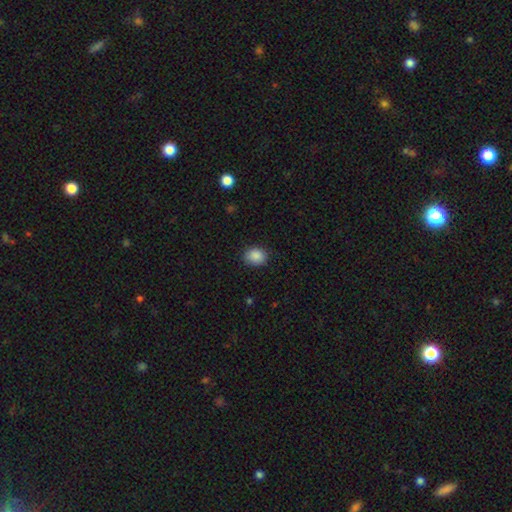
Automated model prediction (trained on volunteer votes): Smooth or featured?
  - smooth: 88% *
  - star or artifact: 9%
  - featured or disk: 4%
How rounded?
  - round: 51% *
  - in between: 48%
  - cigar-shaped: 1%
Merging?
  - none: 84% *
  - minor disturbance: 13%
  - major disturbance: 3%
  - merger: 1%